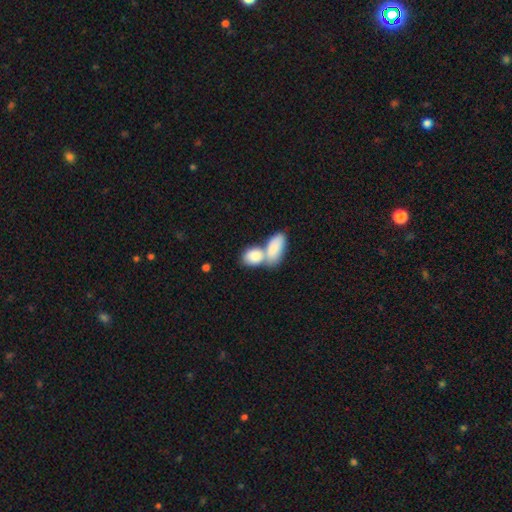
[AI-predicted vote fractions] smooth-or-featured: smooth: 83% | featured or disk: 12% | star or artifact: 5%
  how-rounded: in between: 84% | round: 13% | cigar-shaped: 3%
  merging: merger: 68% | none: 21% | minor disturbance: 7% | major disturbance: 4%